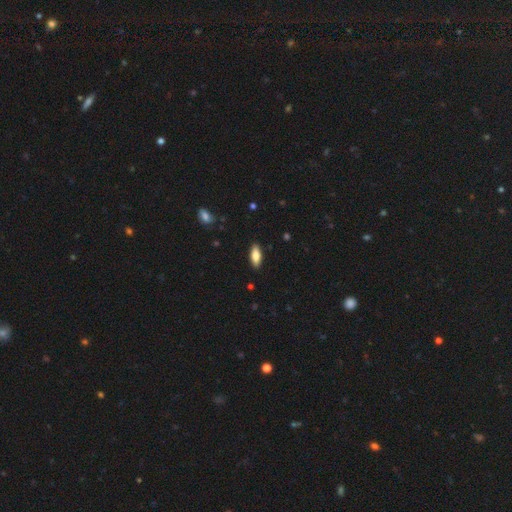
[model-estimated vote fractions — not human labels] smooth_or_featured: smooth (p=0.81) [alt: featured or disk p=0.13]
how_rounded: in between (p=0.73) [alt: cigar-shaped p=0.25]
merging: none (p=0.89) [alt: minor disturbance p=0.09]